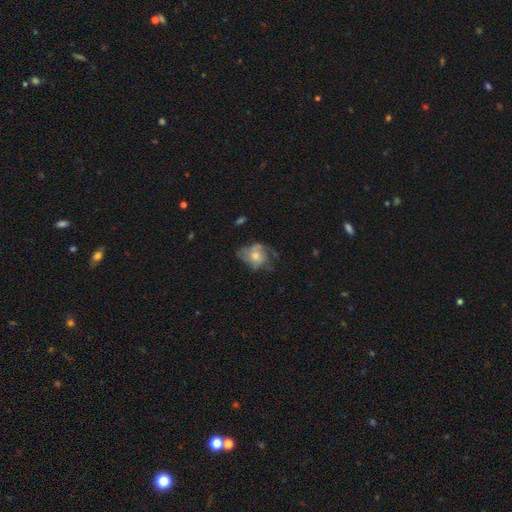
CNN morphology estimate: smooth-or-featured: smooth: 48% | featured or disk: 43% | star or artifact: 9%
  merging: none: 43% | minor disturbance: 29% | major disturbance: 25% | merger: 4%